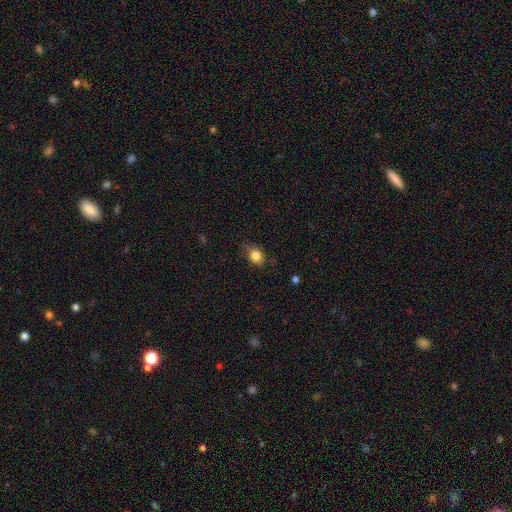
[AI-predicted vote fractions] Morphology: type=smooth (83%); roundness=round (55%); merging=none (72%).